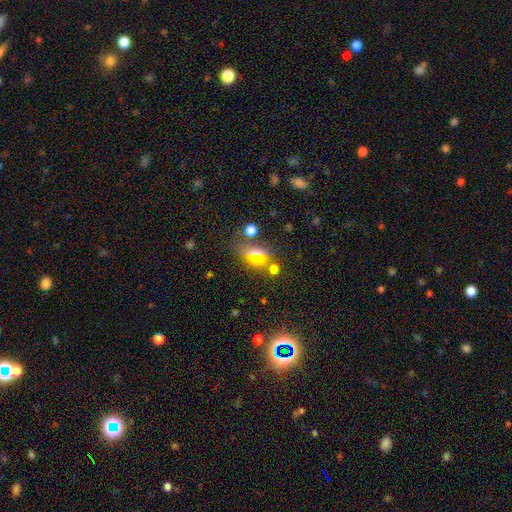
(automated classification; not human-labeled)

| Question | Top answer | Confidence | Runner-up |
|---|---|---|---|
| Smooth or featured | smooth | 44% | star or artifact (35%) |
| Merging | none | 55% | merger (21%) |